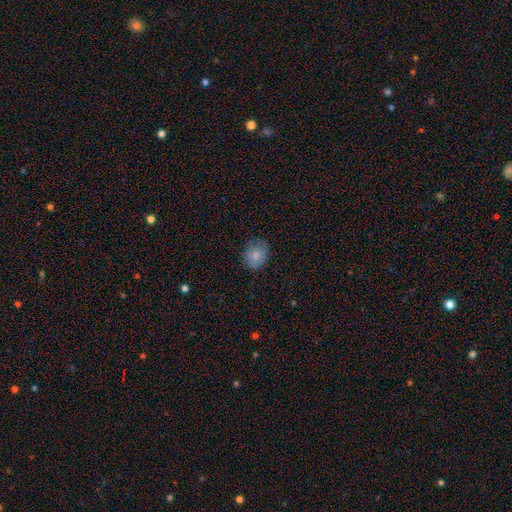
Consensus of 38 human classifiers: Morphology: type=smooth (84%); roundness=round (50%, tied with in between); merging=none (63%).